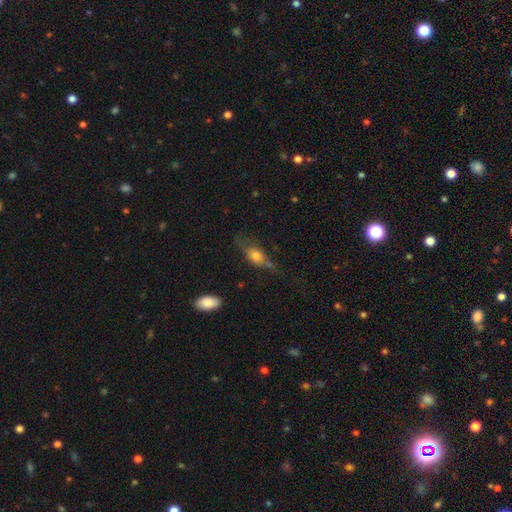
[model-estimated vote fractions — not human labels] Smooth or featured? smooth (62%)
How rounded? in between (71%)
Merging? none (45%)